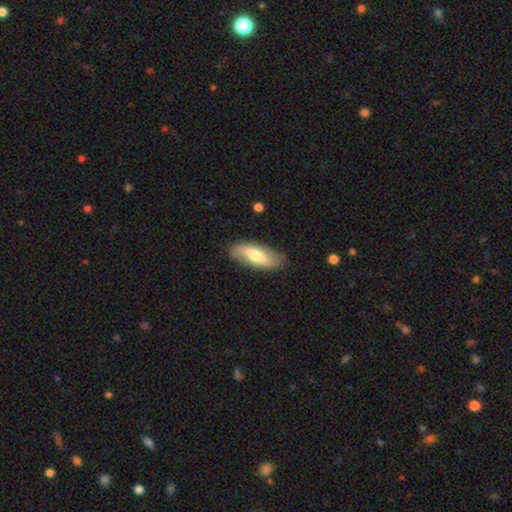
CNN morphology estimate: smooth_or_featured: smooth (p=0.57) [alt: featured or disk p=0.38]
how_rounded: in between (p=0.74) [alt: cigar-shaped p=0.23]
merging: none (p=0.83) [alt: minor disturbance p=0.13]